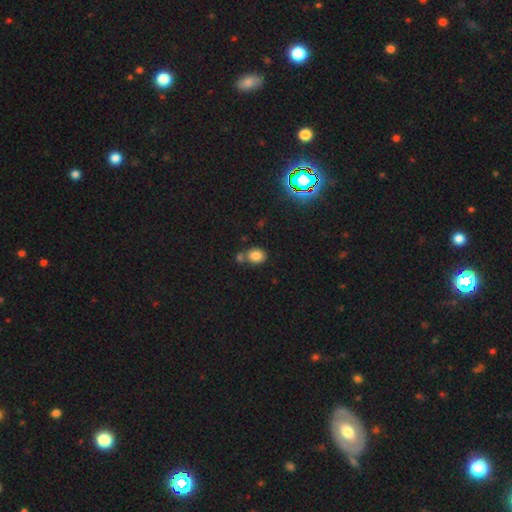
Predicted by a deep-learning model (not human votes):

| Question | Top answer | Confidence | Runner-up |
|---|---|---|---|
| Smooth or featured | smooth | 81% | star or artifact (12%) |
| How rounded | round | 50% | in between (49%) |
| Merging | none | 60% | merger (26%) |